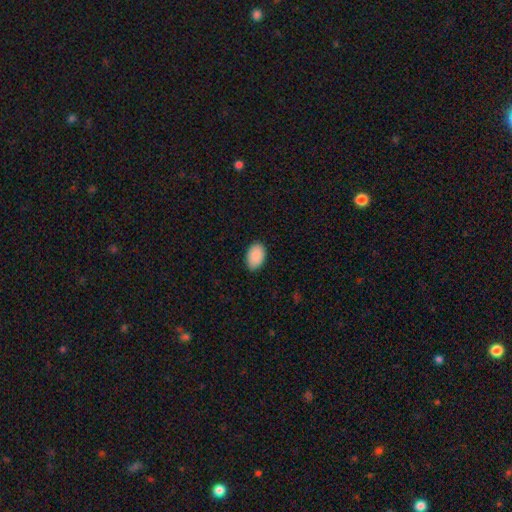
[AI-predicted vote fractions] Overall: smooth (91%). How rounded: in between (90%). Merging: none (84%).